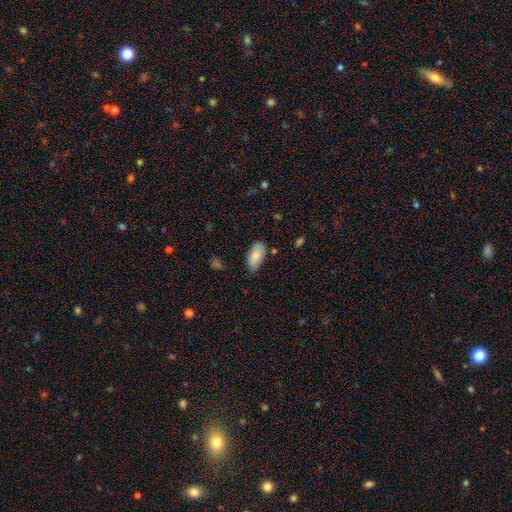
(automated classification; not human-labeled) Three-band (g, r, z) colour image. It shows a smooth galaxy with no disk features (83%) that is in between round and cigar-shaped (93%). Merging: none (67%).